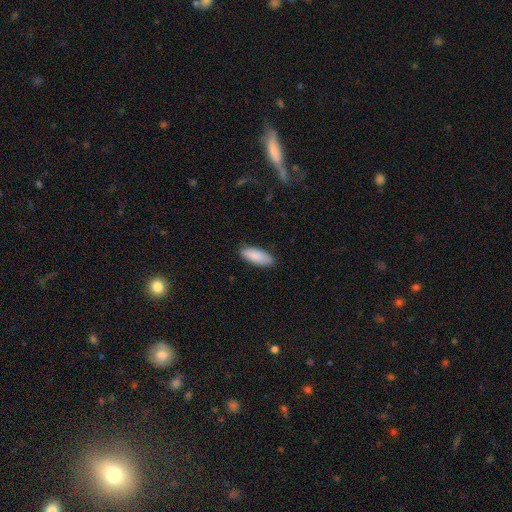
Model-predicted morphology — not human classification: smooth-or-featured: smooth: 88% | star or artifact: 6% | featured or disk: 6%
  how-rounded: in between: 77% | cigar-shaped: 22% | round: 2%
  merging: none: 86% | minor disturbance: 11% | major disturbance: 2% | merger: 1%